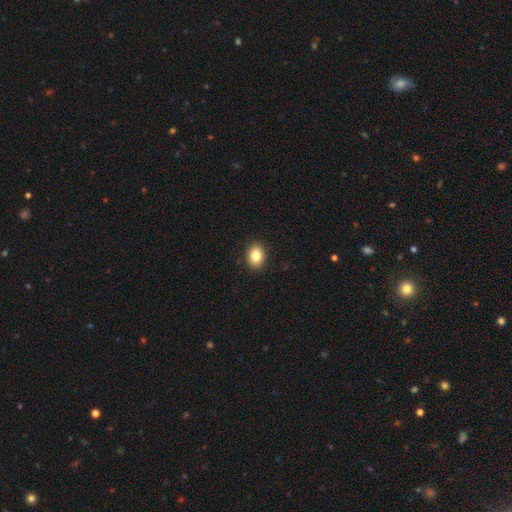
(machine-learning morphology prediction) smooth_or_featured: smooth (p=0.84) [alt: star or artifact p=0.09]
how_rounded: in between (p=0.61) [alt: round p=0.38]
merging: none (p=0.91) [alt: minor disturbance p=0.07]